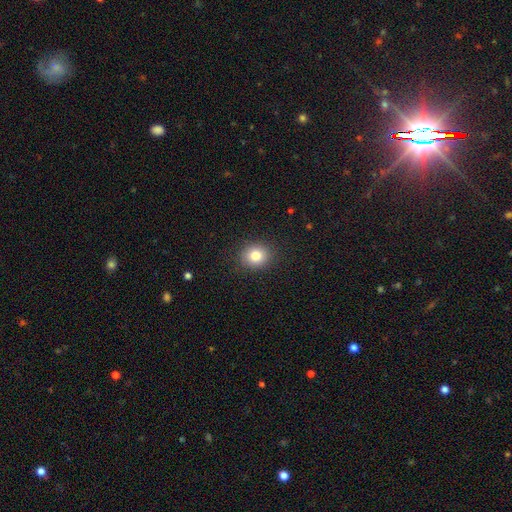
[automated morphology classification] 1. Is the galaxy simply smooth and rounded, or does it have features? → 81% smooth, 11% star or artifact, 8% featured or disk.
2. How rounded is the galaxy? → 76% round, 23% in between, 1% cigar-shaped.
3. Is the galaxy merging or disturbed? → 89% none, 8% minor disturbance, 3% major disturbance, 1% merger.